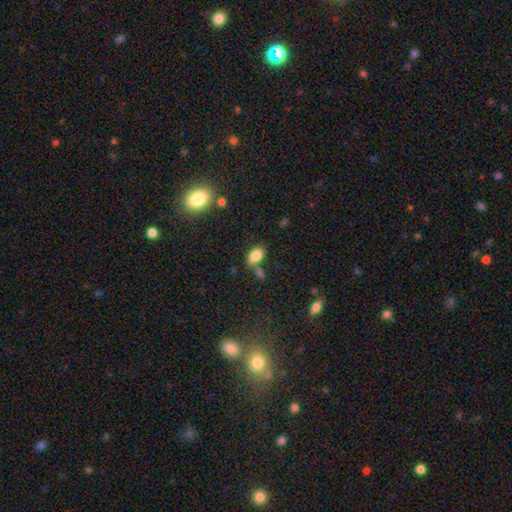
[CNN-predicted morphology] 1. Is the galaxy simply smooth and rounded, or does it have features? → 84% smooth, 9% star or artifact, 7% featured or disk.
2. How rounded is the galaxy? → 91% in between, 7% round, 2% cigar-shaped.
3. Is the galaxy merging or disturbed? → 65% none, 16% merger, 15% minor disturbance, 4% major disturbance.